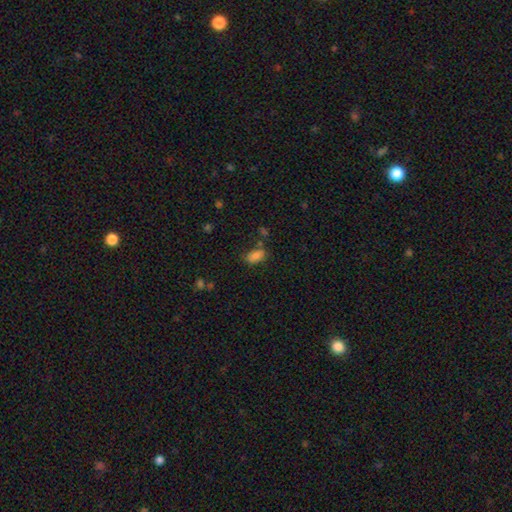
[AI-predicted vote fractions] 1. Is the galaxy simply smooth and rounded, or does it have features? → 84% smooth, 10% star or artifact, 6% featured or disk.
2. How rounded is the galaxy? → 91% in between, 5% round, 5% cigar-shaped.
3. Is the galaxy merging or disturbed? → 69% none, 18% minor disturbance, 8% merger, 5% major disturbance.